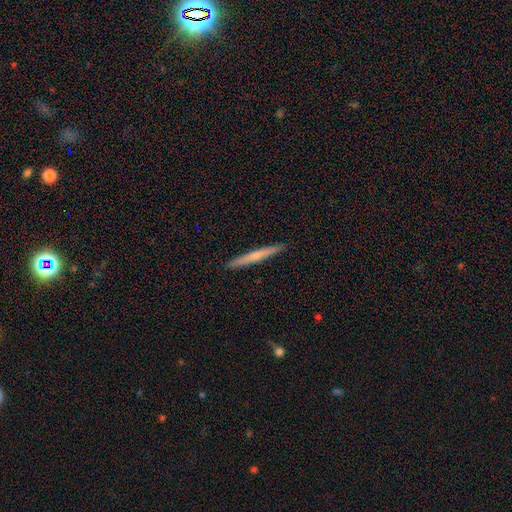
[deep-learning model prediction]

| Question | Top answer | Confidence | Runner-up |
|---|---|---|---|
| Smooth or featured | smooth | 55% | featured or disk (39%) |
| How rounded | cigar-shaped | 97% | in between (2%) |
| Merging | none | 92% | minor disturbance (5%) |